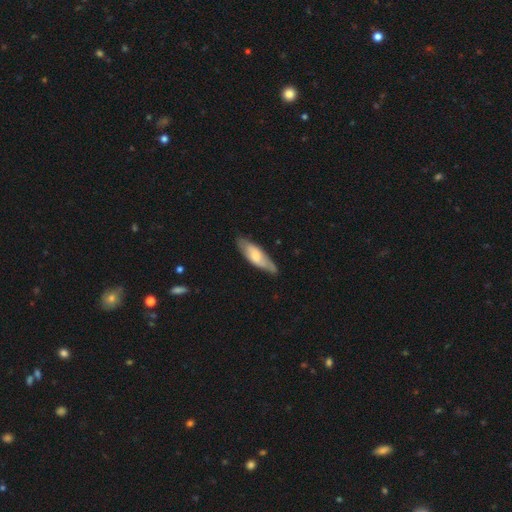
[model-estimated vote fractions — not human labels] This appears to be a smooth galaxy with no disk features (56%) that is in between round and cigar-shaped (52%). Merging: none (74%).